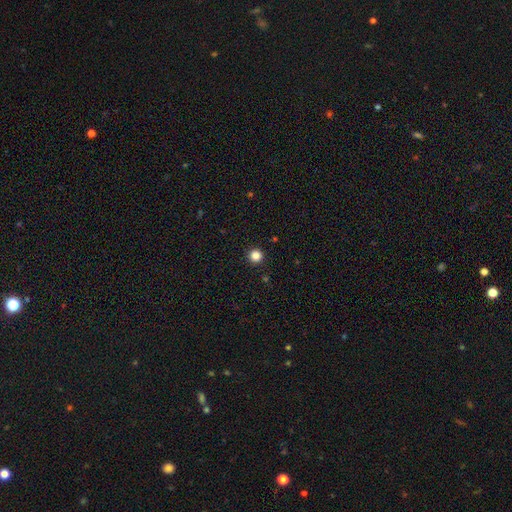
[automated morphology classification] smooth_or_featured: smooth (p=0.84) [alt: star or artifact p=0.12]
how_rounded: round (p=0.96) [alt: in between p=0.03]
merging: none (p=0.94) [alt: minor disturbance p=0.04]